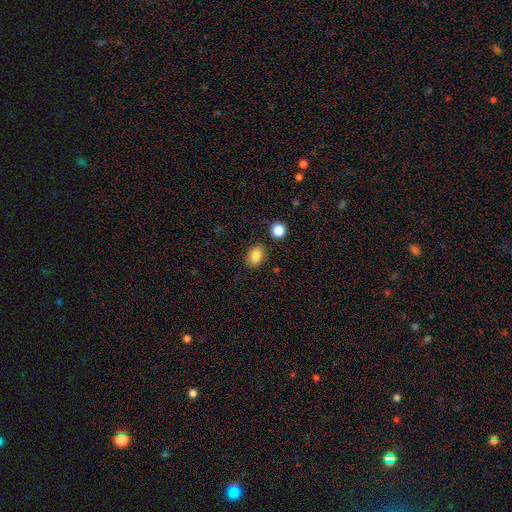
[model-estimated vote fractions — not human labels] The model was most divided on "how rounded": in between: 71%, round: 28%, cigar-shaped: 1%. More confident: smooth or featured — smooth (85%); merging — none (83%).